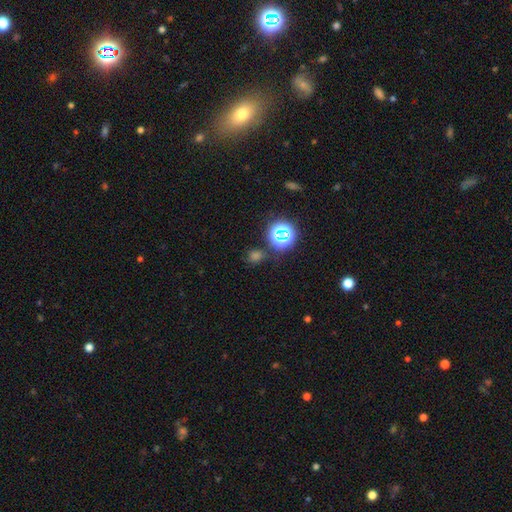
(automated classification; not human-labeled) This appears to be a star or artifact, not a galaxy (51%).